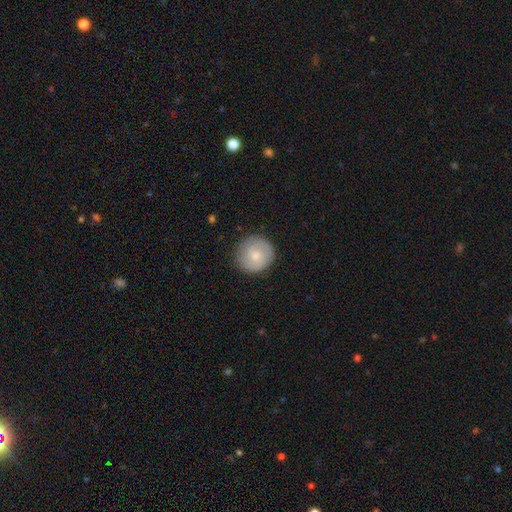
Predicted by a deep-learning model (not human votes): smooth_or_featured: smooth (p=0.65) [alt: featured or disk p=0.29]
how_rounded: round (p=0.93) [alt: in between p=0.06]
merging: none (p=0.86) [alt: minor disturbance p=0.10]